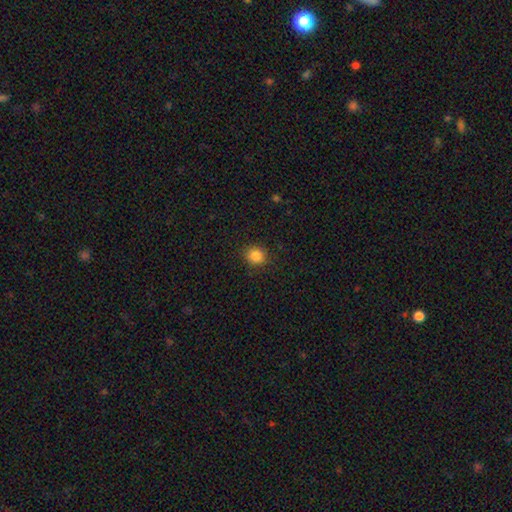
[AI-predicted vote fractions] Smooth or featured?
  - smooth: 86% *
  - star or artifact: 11%
  - featured or disk: 4%
How rounded?
  - round: 85% *
  - in between: 14%
  - cigar-shaped: 1%
Merging?
  - none: 89% *
  - minor disturbance: 7%
  - major disturbance: 2%
  - merger: 1%